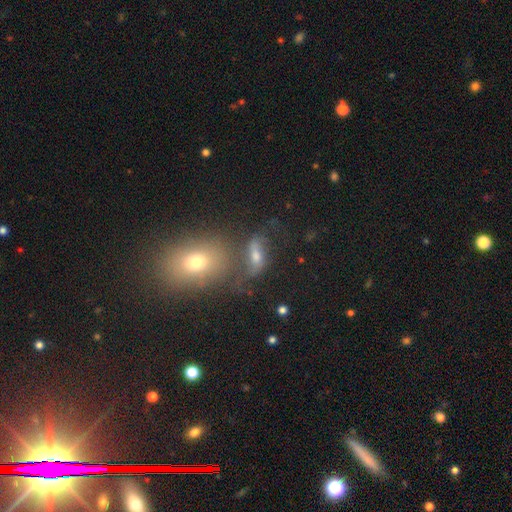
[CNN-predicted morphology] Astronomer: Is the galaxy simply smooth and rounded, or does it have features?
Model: smooth — 43% (runner-up: featured or disk, 38%).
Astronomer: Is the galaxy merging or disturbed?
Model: none — 45% (runner-up: merger, 25%).